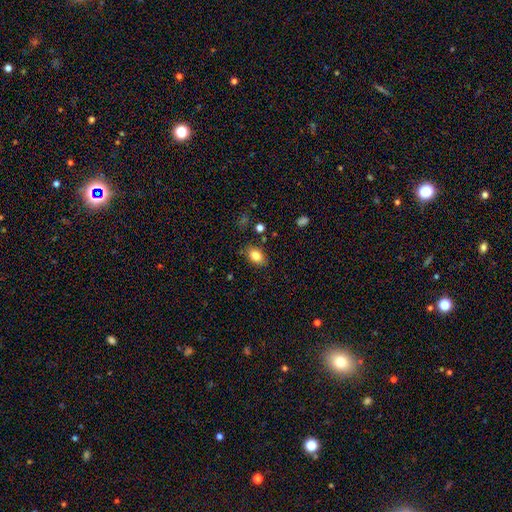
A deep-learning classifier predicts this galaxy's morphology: type=smooth (83%); roundness=in between (82%); merging=none (82%).